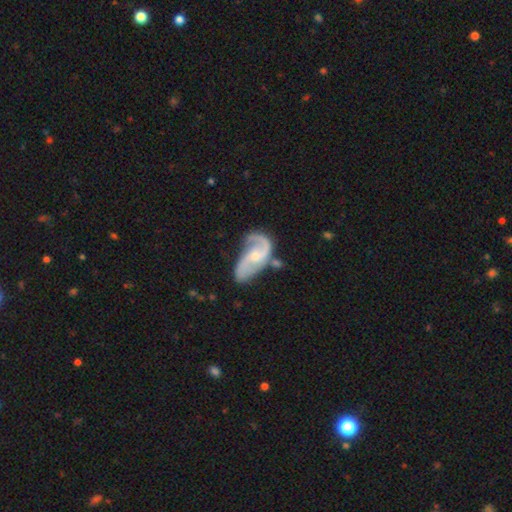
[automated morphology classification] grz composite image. It shows a featured or disk galaxy (85%) with no bar (51%), 2 (84%) loose (43%, tied with medium) spiral arms (95%) and a small central bulge (49%). Merging: none (44%).